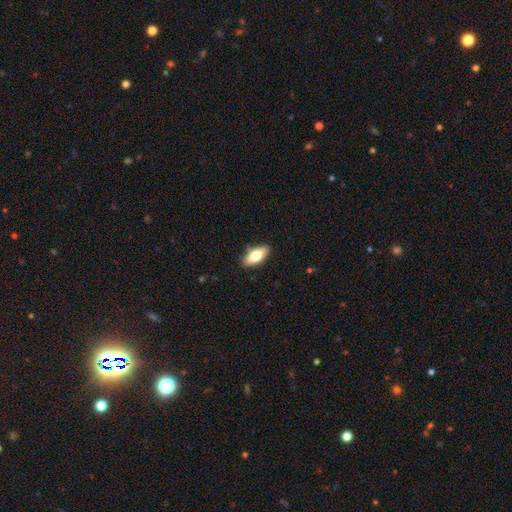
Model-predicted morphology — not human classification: Overall: smooth (72%). How rounded: in between (84%). Merging: none (87%).